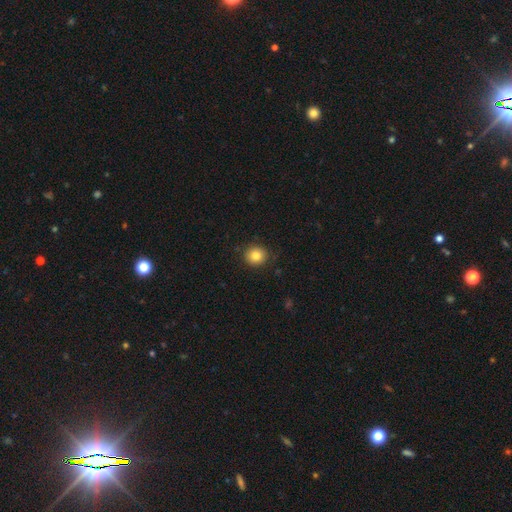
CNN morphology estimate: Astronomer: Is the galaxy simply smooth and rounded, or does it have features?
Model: smooth — 84%.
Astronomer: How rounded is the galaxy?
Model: round — 89%.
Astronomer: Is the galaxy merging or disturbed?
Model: none — 89%.